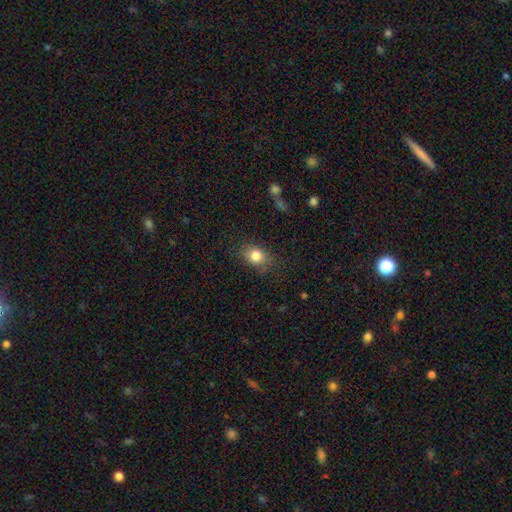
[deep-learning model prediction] Smooth or featured: smooth — 82% (star or artifact — 11%)
How rounded: round — 54% (in between — 44%)
Merging: none — 76% (minor disturbance — 17%)